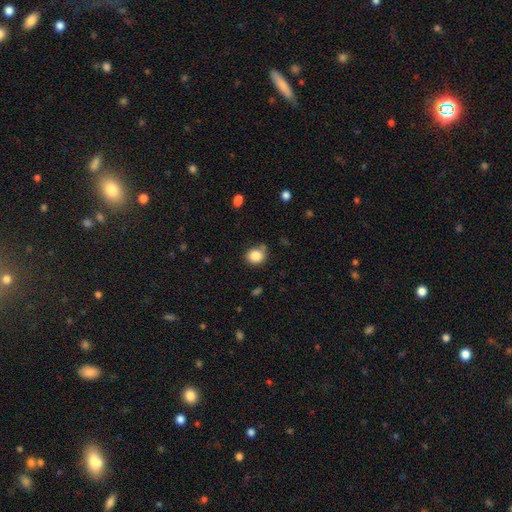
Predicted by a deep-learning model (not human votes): Smooth or featured: smooth — 85% (star or artifact — 10%)
How rounded: round — 73% (in between — 26%)
Merging: none — 74% (minor disturbance — 16%)